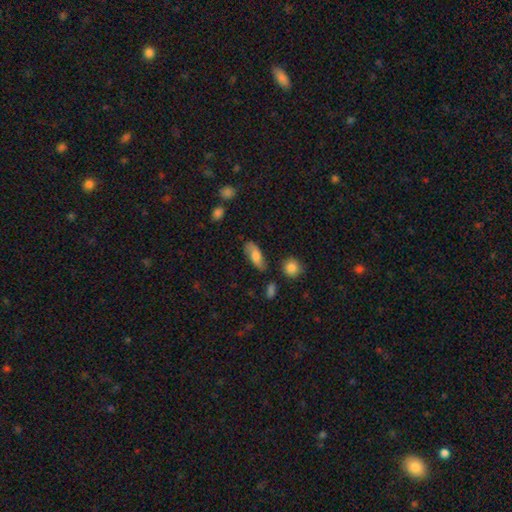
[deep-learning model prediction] Overall: smooth (69%). How rounded: in between (77%). Merging: none (74%).